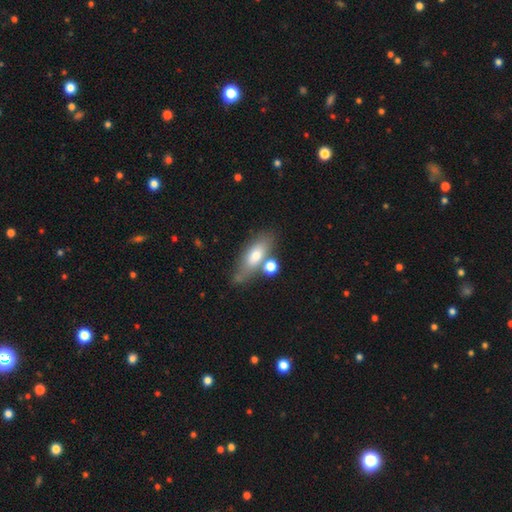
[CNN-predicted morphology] Smooth or featured: smooth — 68% (featured or disk — 25%)
How rounded: in between — 68% (cigar-shaped — 27%)
Merging: none — 57% (merger — 22%)